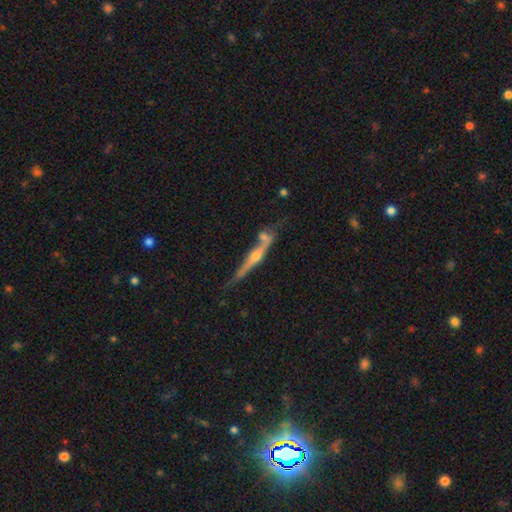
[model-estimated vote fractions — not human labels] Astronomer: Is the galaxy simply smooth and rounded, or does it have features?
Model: featured or disk — 77%.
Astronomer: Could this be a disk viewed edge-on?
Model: yes — 95%.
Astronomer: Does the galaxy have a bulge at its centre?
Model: rounded — 86%.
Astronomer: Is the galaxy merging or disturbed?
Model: none — 59%.